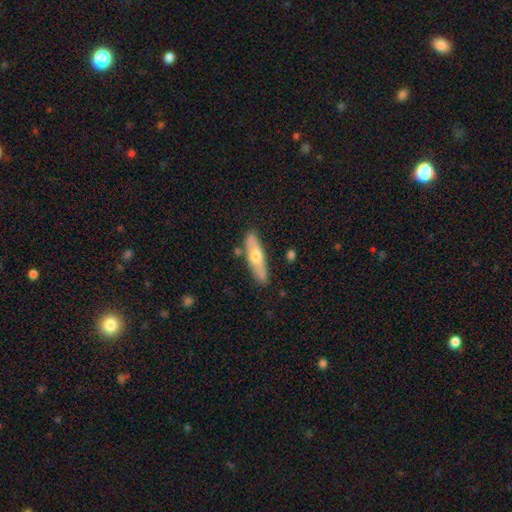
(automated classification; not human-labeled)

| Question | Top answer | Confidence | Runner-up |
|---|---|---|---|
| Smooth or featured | smooth | 50% | featured or disk (45%) |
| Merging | none | 81% | minor disturbance (13%) |